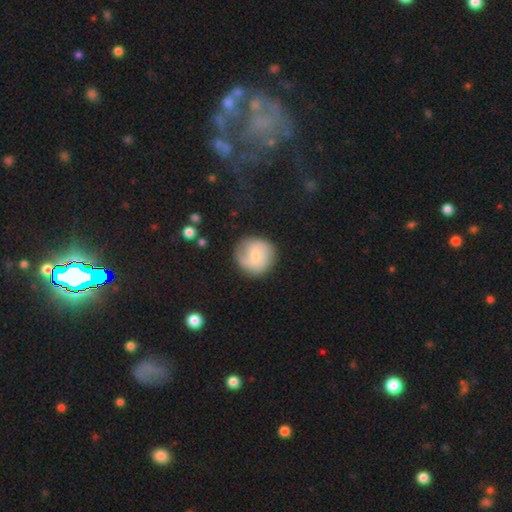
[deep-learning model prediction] This is possibly a smooth galaxy (50%). How rounded: clearly round (91%). Merging: likely none (79%).